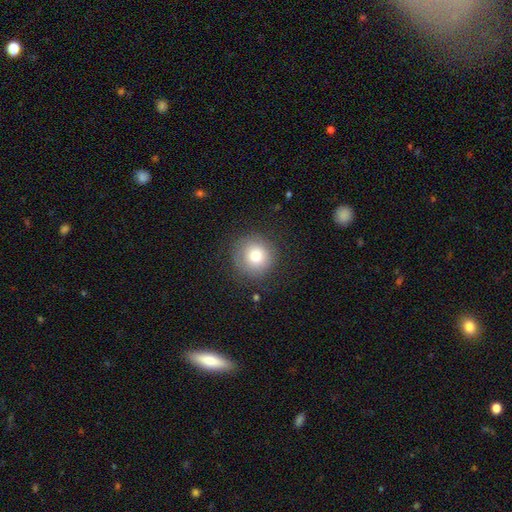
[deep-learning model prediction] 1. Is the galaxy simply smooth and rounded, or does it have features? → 77% smooth, 13% featured or disk, 10% star or artifact.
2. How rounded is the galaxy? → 94% round, 5% in between, 1% cigar-shaped.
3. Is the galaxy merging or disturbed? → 82% none, 12% minor disturbance, 5% major disturbance, 1% merger.